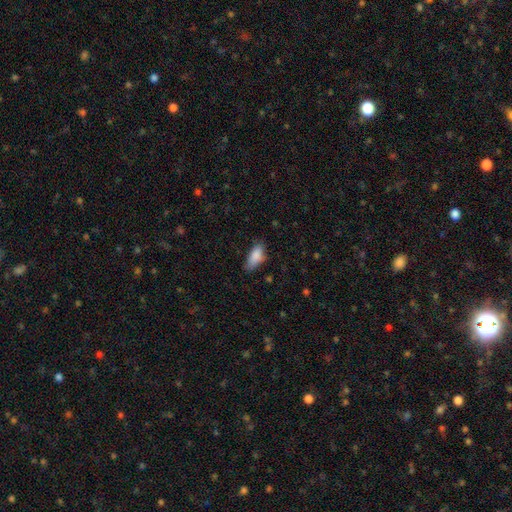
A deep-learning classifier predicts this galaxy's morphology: A smooth galaxy with no disk features (86%) that is in between round and cigar-shaped (83%). Merging: none (65%).